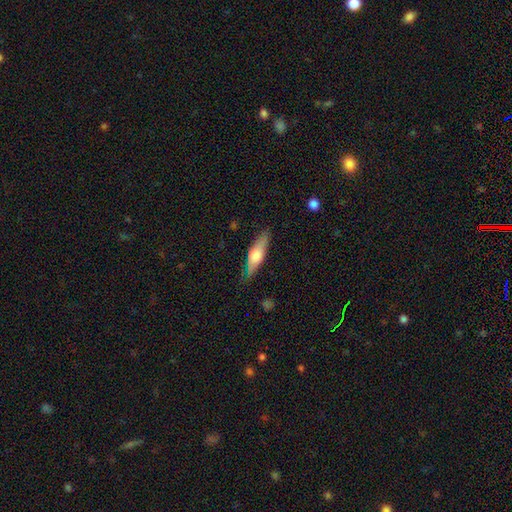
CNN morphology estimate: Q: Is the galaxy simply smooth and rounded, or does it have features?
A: smooth — 51%.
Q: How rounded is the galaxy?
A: cigar-shaped — 56%.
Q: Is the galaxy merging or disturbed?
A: none — 80%.